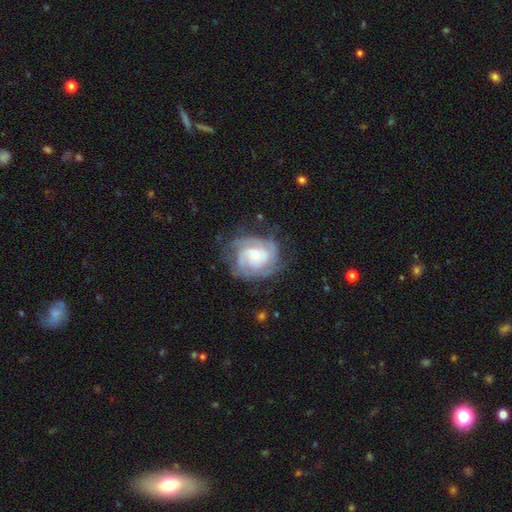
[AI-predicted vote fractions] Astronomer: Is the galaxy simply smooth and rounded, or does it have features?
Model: featured or disk — 83%.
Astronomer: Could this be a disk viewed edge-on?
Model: no — 98%.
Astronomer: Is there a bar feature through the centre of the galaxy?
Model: no — 65%.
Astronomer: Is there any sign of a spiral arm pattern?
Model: yes — 95%.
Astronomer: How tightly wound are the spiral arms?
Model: tight — 64%.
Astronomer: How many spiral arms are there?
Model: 2 — 31% (runner-up: can't tell, 27%).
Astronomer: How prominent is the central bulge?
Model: small — 60%.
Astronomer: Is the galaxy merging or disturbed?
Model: none — 66%.